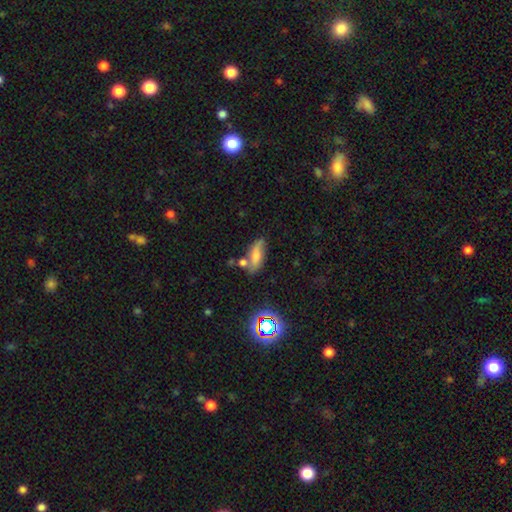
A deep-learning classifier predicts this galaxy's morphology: Overall: smooth (58%; featured or disk 28%). How rounded: in between (72%). Merging: none (54%; minor disturbance 23%).